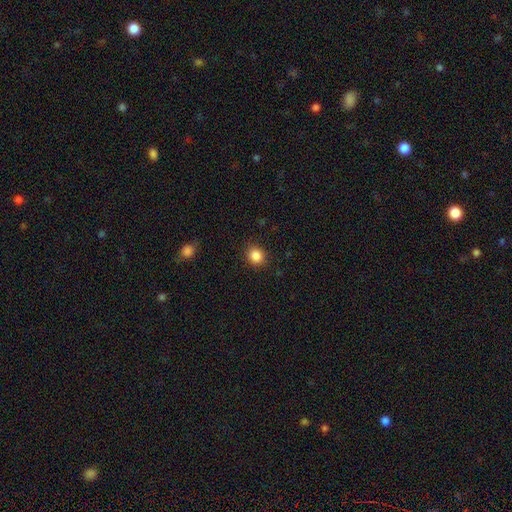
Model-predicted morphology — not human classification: type=smooth (86%); roundness=round (80%); merging=none (89%).